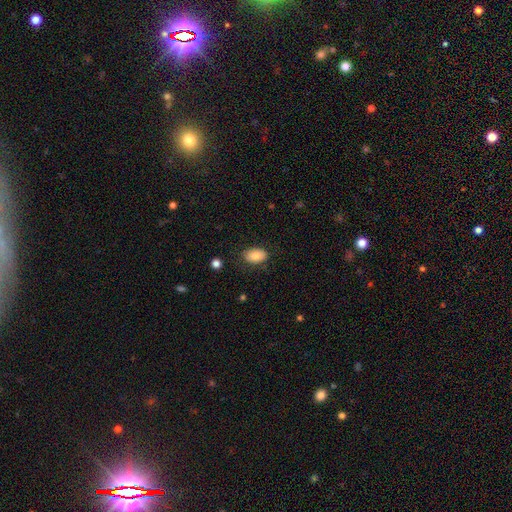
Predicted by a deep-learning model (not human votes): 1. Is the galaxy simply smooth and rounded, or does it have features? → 85% smooth, 7% featured or disk, 7% star or artifact.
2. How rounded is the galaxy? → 90% in between, 9% round, 1% cigar-shaped.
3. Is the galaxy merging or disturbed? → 80% none, 15% minor disturbance, 4% major disturbance, 1% merger.